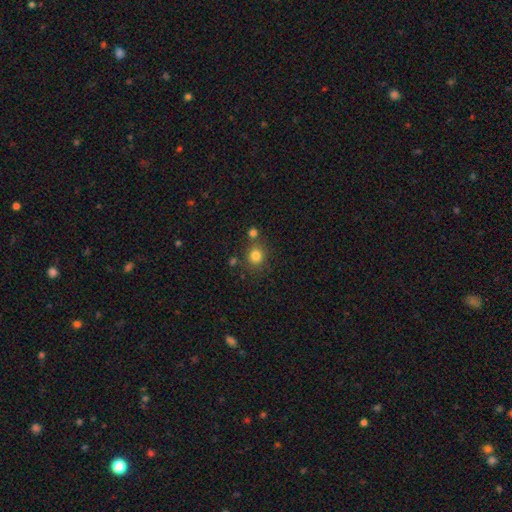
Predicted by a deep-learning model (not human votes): This is clearly a smooth galaxy (81%). How rounded: likely round (80%). Merging: likely none (72%).